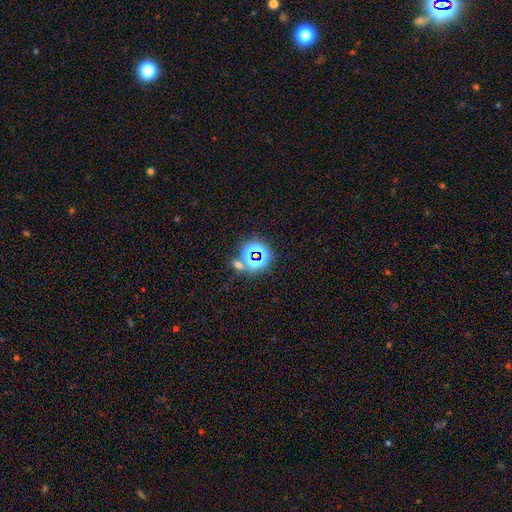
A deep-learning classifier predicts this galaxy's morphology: A star or artifact, not a galaxy (65%).